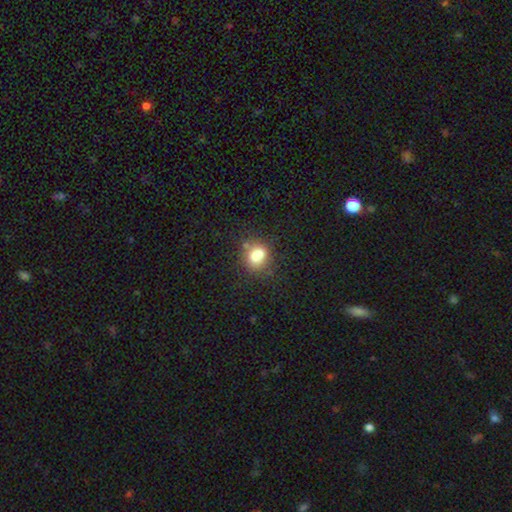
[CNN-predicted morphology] smooth_or_featured: smooth (p=0.76) [alt: star or artifact p=0.12]
how_rounded: round (p=0.53) [alt: in between p=0.45]
merging: none (p=0.60) [alt: merger p=0.17]